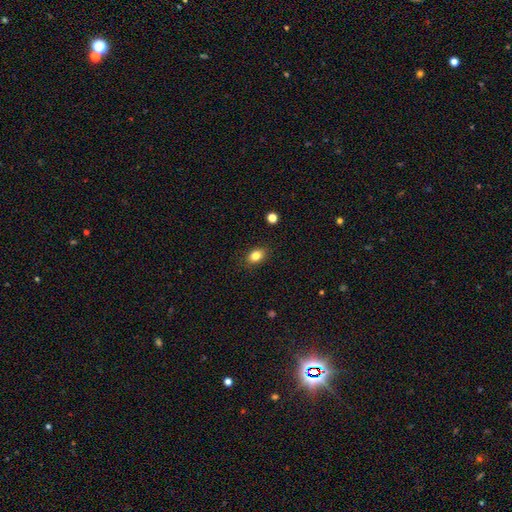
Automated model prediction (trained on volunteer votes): smooth-or-featured: smooth: 83% | star or artifact: 10% | featured or disk: 7%
  how-rounded: in between: 74% | round: 24% | cigar-shaped: 1%
  merging: none: 87% | minor disturbance: 9% | major disturbance: 2% | merger: 1%